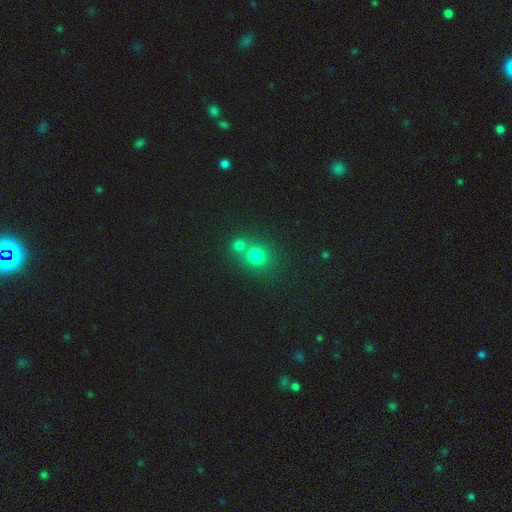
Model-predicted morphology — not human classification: Smooth or featured? Predicted: smooth (p=0.75). How rounded? Predicted: round (p=0.81). Merging? Predicted: none (p=0.46).